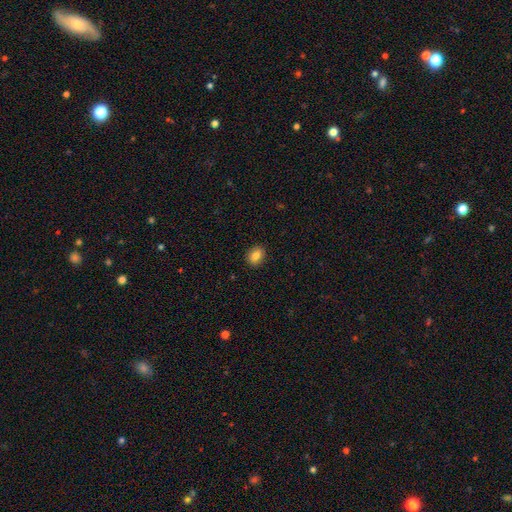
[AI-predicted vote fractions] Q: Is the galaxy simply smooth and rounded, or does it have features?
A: smooth — 84%.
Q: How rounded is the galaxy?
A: in between — 56%.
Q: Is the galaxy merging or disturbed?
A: none — 90%.